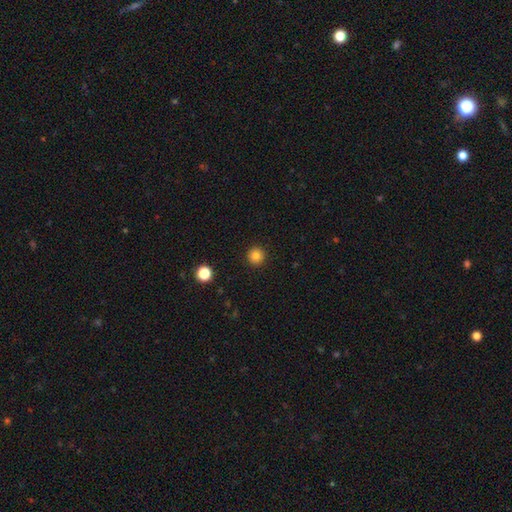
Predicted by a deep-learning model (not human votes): Morphology: type=smooth (84%); roundness=round (95%); merging=none (92%).